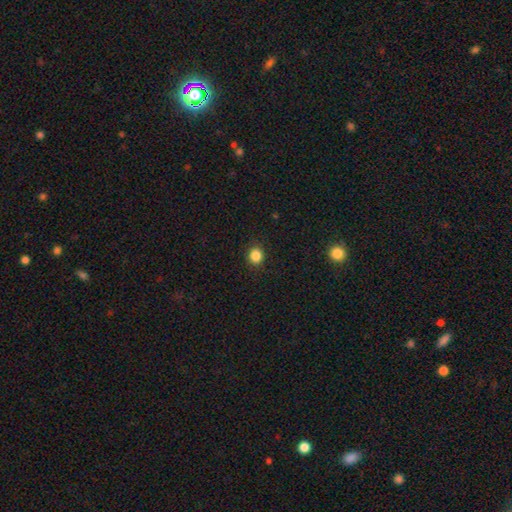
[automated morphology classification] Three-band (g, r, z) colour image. It shows a smooth galaxy with no disk features (85%) that is round (76%). Merging: none (89%).